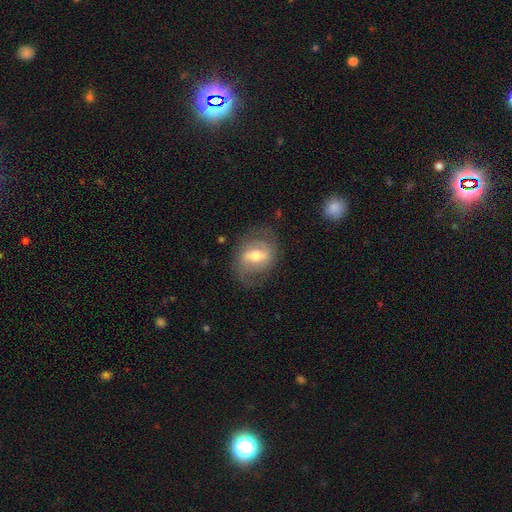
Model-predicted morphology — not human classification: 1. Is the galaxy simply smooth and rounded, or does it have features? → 68% featured or disk, 25% smooth, 7% star or artifact.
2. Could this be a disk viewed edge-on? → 93% no, 7% yes.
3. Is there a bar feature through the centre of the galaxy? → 46% strong, 41% weak, 13% no.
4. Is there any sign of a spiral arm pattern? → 74% yes, 26% no.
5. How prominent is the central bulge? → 67% moderate, 17% small, 13% large, 1% dominant, 1% none.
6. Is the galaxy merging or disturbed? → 68% none, 19% minor disturbance, 12% major disturbance, 1% merger.